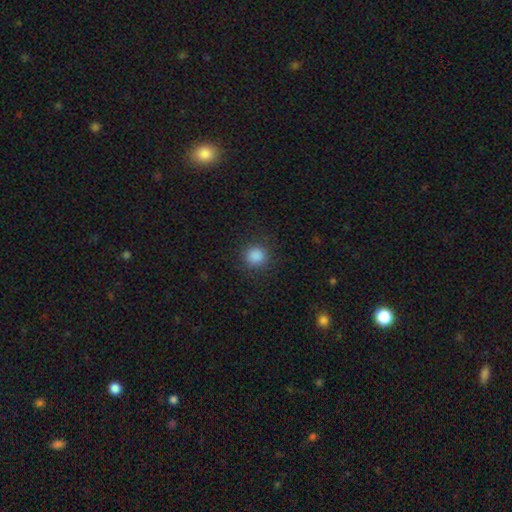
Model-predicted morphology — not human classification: A smooth galaxy with no disk features (86%) that is round (90%). Merging: none (87%).